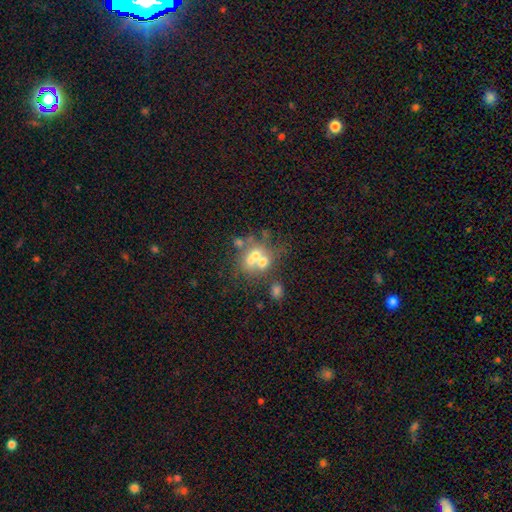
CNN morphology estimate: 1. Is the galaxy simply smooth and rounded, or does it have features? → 50% smooth, 35% featured or disk, 15% star or artifact.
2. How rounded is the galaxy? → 52% round, 46% in between, 2% cigar-shaped.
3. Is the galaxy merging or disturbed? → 57% merger, 26% none, 9% minor disturbance, 8% major disturbance.